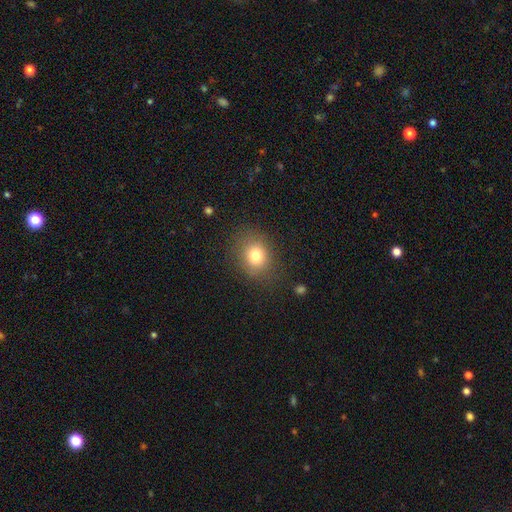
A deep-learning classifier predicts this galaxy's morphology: A smooth galaxy with no disk features (78%) that is round (62%).

Vote fractions:
- Smooth or featured? smooth: 78% / star or artifact: 12% / featured or disk: 10%
- How rounded? round: 62% / in between: 37% / cigar-shaped: 1%
- Merging? none: 81% / minor disturbance: 12% / major disturbance: 5% / merger: 1%